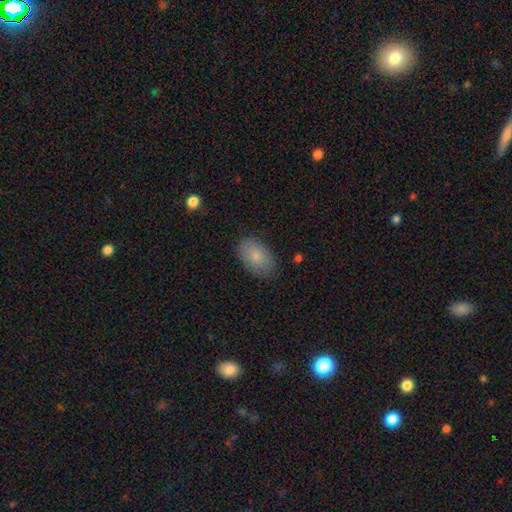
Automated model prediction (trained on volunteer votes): smooth-or-featured: smooth: 84% | featured or disk: 9% | star or artifact: 7%
  how-rounded: in between: 92% | round: 7% | cigar-shaped: 1%
  merging: none: 84% | minor disturbance: 12% | major disturbance: 3% | merger: 1%